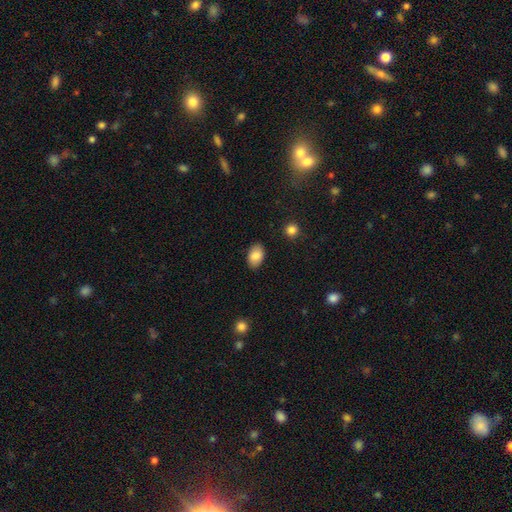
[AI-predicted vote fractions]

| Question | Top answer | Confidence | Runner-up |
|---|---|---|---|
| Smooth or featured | smooth | 86% | featured or disk (7%) |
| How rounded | in between | 89% | round (9%) |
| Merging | none | 87% | minor disturbance (10%) |